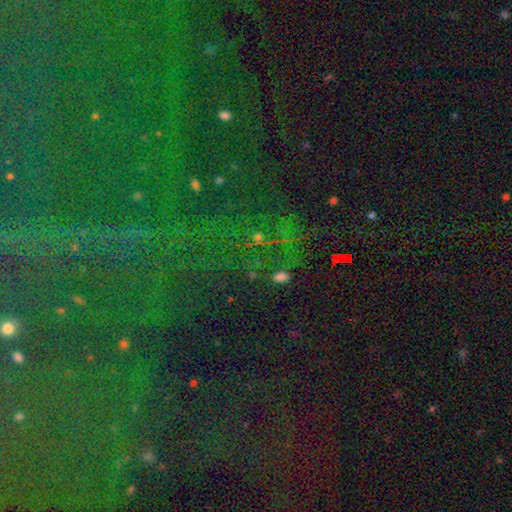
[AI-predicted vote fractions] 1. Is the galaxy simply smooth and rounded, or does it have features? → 80% star or artifact, 12% smooth, 8% featured or disk.